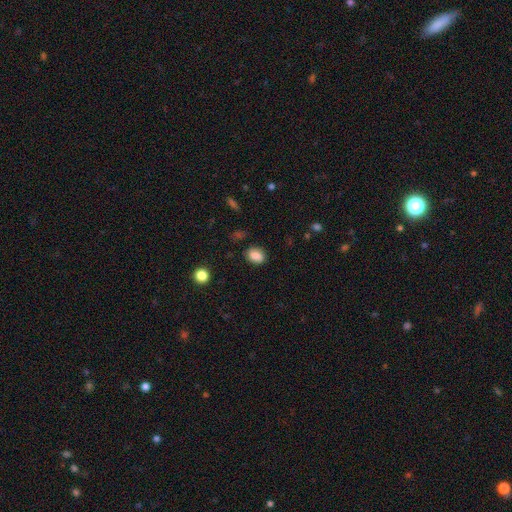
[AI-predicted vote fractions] smooth 85%, star or artifact 9%, featured or disk 6%. Down the decision tree: how rounded — in between (65%); merging — none (83%).